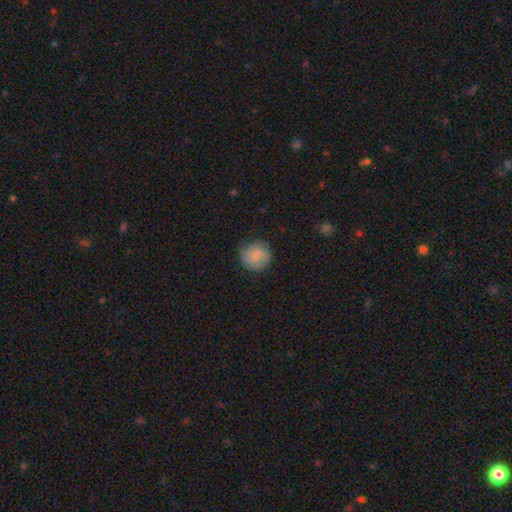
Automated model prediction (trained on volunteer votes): smooth 77%, featured or disk 16%, star or artifact 7%. Down the decision tree: how rounded — round (91%); merging — none (76%).